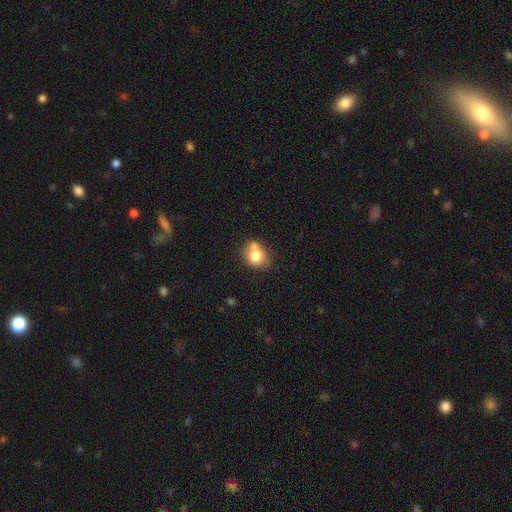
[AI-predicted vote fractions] smooth_or_featured: smooth (p=0.77) [alt: featured or disk p=0.13]
how_rounded: round (p=0.63) [alt: in between p=0.36]
merging: none (p=0.51) [alt: merger p=0.26]